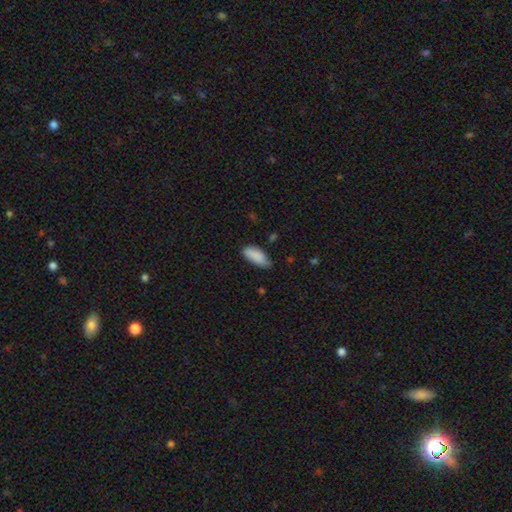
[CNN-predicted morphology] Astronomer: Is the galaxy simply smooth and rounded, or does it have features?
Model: smooth — 87%.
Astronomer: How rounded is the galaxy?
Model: in between — 87%.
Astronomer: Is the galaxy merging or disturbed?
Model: none — 65%.